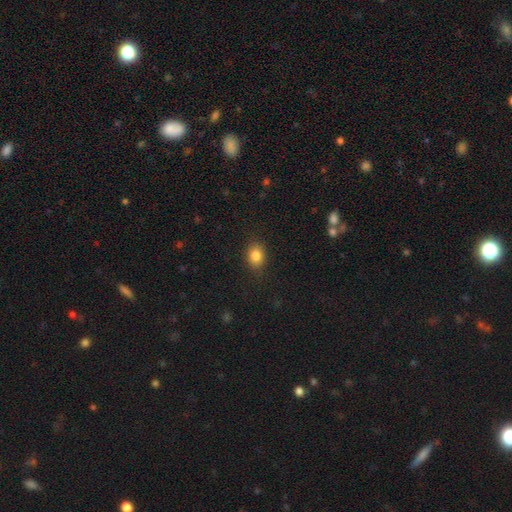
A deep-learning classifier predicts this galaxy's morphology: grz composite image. It shows a smooth galaxy with no disk features (84%) that is in between round and cigar-shaped (59%). Merging: none (86%).